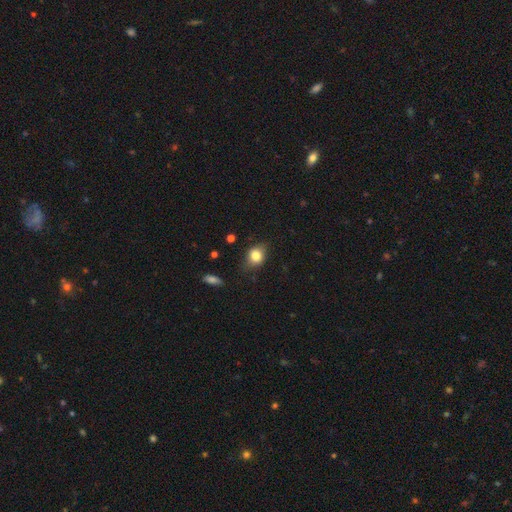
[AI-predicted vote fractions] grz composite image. It shows a smooth galaxy with no disk features (77%) that is in between round and cigar-shaped (54%). Merging: none (70%).